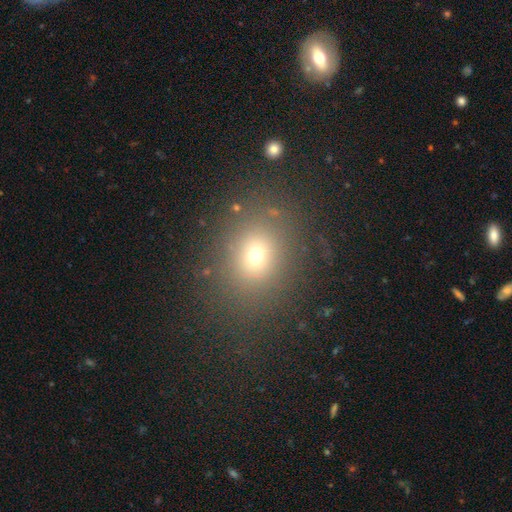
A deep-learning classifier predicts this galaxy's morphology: Smooth or featured? Predicted: smooth (p=0.66). How rounded? Predicted: round (p=0.61). Merging? Predicted: none (p=0.82).